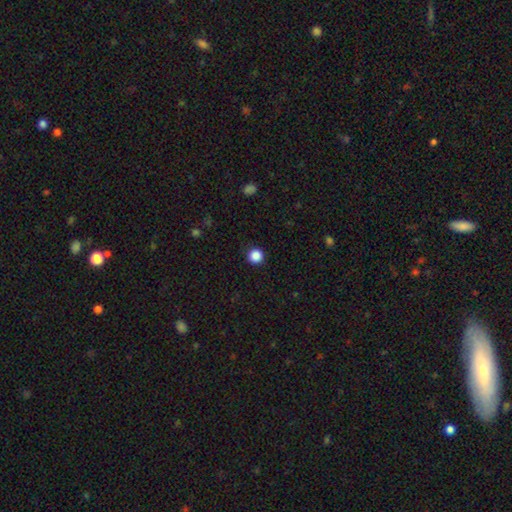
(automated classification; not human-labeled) A smooth galaxy with no disk features (87%) that is round (96%).

Vote fractions:
- Smooth or featured? smooth: 87% / star or artifact: 11% / featured or disk: 2%
- How rounded? round: 96% / in between: 4% / cigar-shaped: 1%
- Merging? none: 92% / minor disturbance: 5% / major disturbance: 2% / merger: 1%